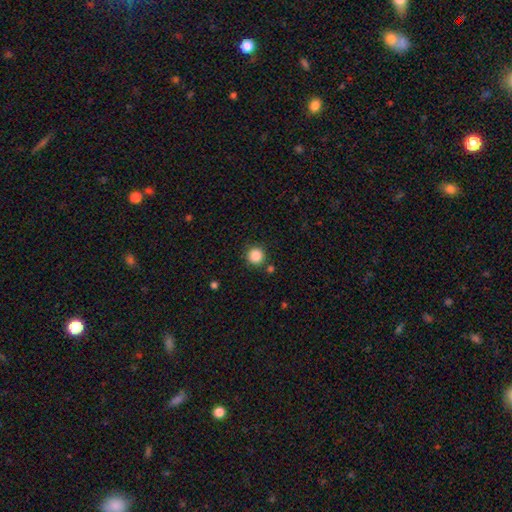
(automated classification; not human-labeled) smooth_or_featured: smooth (p=0.86) [alt: star or artifact p=0.10]
how_rounded: round (p=0.95) [alt: in between p=0.04]
merging: none (p=0.88) [alt: minor disturbance p=0.06]